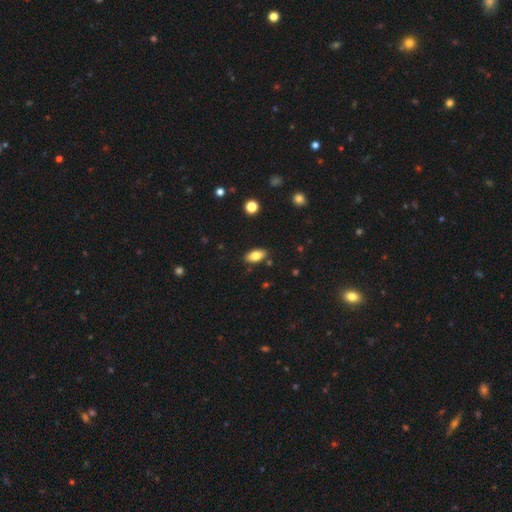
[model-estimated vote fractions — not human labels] smooth 79%, featured or disk 13%, star or artifact 8%. Down the decision tree: how rounded — in between (90%); merging — none (85%).